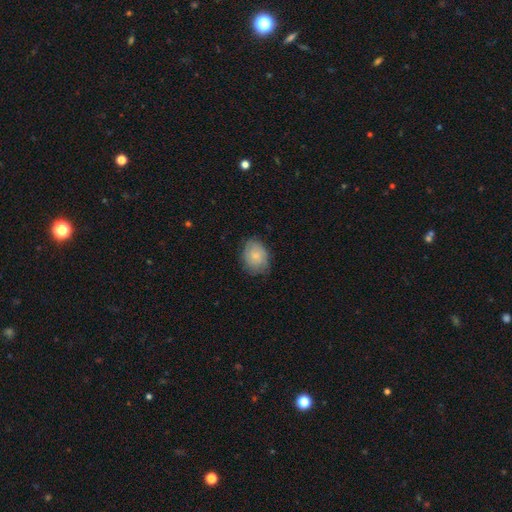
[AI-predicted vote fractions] A smooth galaxy with no disk features (63%) that is in between round and cigar-shaped (60%). Merging: none (72%).